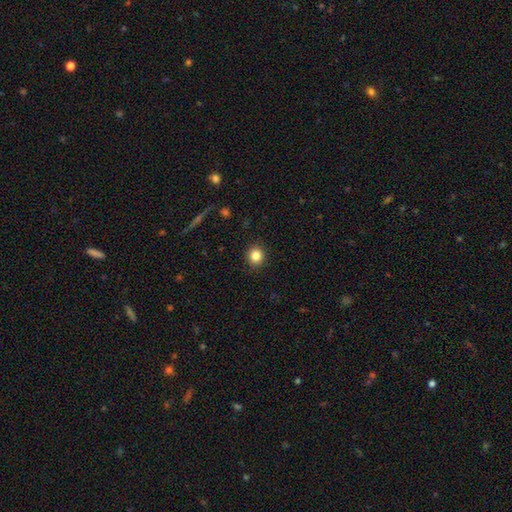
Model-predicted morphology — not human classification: A smooth galaxy with no disk features (84%) that is round (87%). Merging: none (91%).